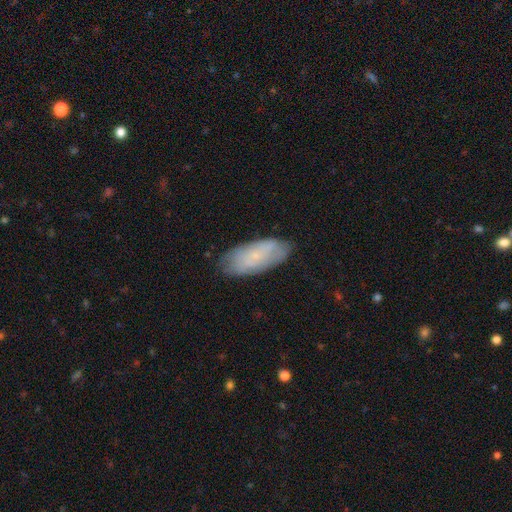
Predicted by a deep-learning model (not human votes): A smooth galaxy with no disk features (56%) that is in between round and cigar-shaped (85%). Merging: none (77%).